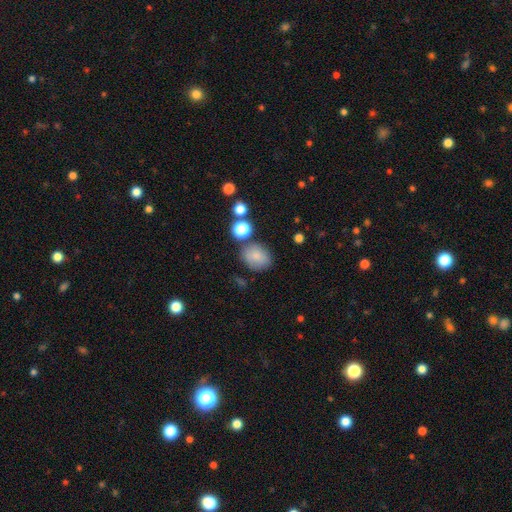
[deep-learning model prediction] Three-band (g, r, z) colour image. It shows a smooth galaxy with no disk features (79%) that is round (51%). Merging: none (69%).